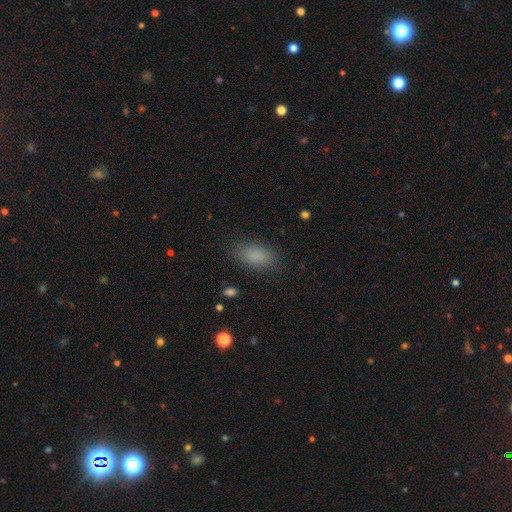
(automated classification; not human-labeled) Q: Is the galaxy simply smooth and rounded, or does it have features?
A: smooth — 86%.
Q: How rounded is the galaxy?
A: in between — 89%.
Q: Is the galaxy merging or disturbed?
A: none — 85%.